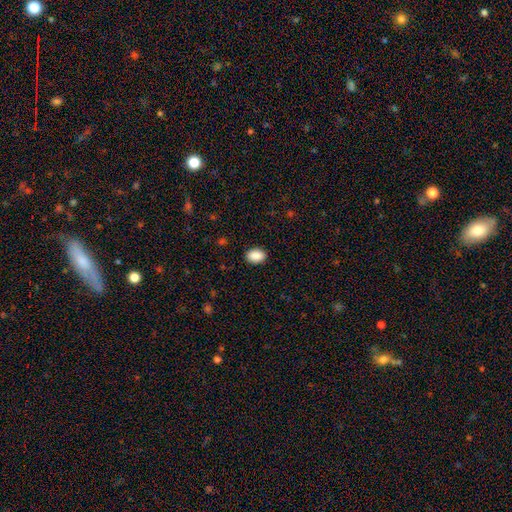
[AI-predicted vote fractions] smooth_or_featured: smooth (p=0.90) [alt: star or artifact p=0.07]
how_rounded: in between (p=0.81) [alt: round p=0.18]
merging: none (p=0.90) [alt: minor disturbance p=0.07]